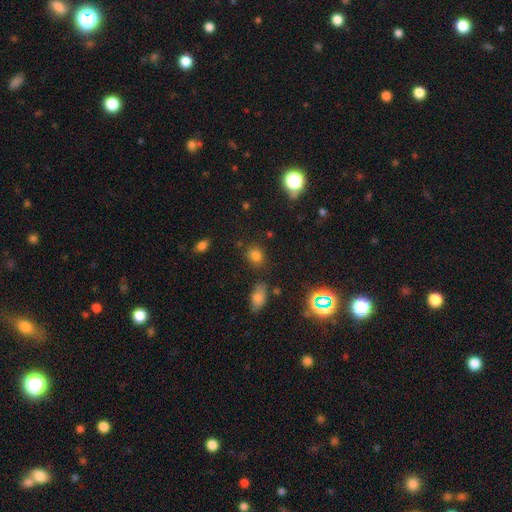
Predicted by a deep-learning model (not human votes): smooth 77%, star or artifact 17%, featured or disk 6%. Down the decision tree: how rounded — round (60%); merging — none (78%).